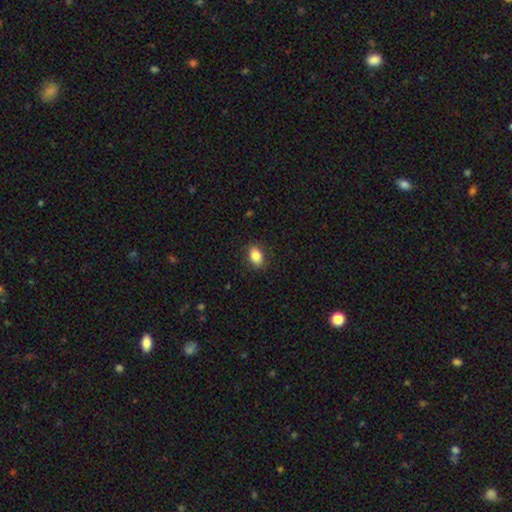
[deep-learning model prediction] Smooth or featured?
  - smooth: 85% *
  - star or artifact: 8%
  - featured or disk: 6%
How rounded?
  - in between: 80% *
  - round: 18%
  - cigar-shaped: 2%
Merging?
  - none: 86% *
  - minor disturbance: 10%
  - major disturbance: 3%
  - merger: 1%